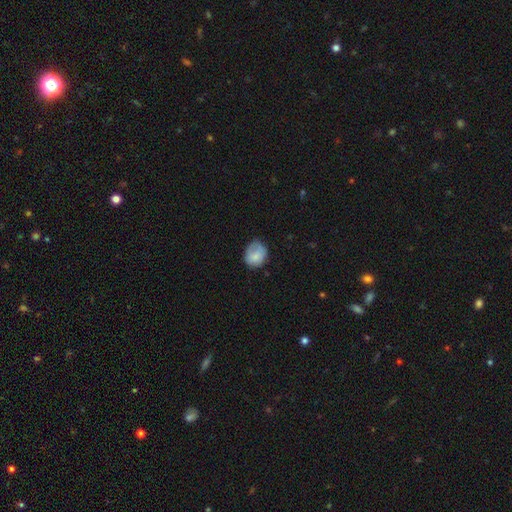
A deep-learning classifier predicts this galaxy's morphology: The model was most divided on "how rounded": round: 57%, in between: 42%, cigar-shaped: 1%. More confident: smooth or featured — smooth (73%); merging — none (56%).